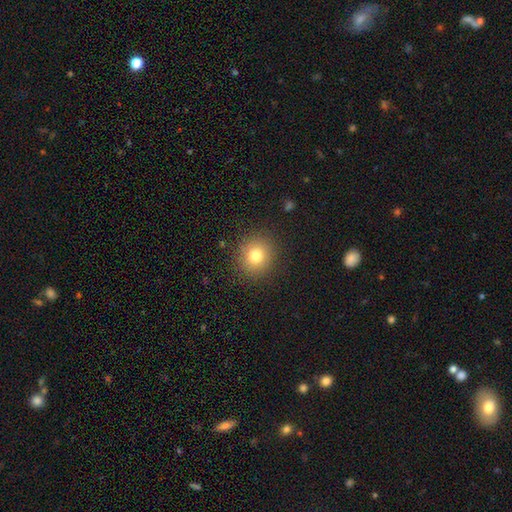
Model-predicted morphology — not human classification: A smooth galaxy with no disk features (79%) that is round (86%). Merging: none (89%).